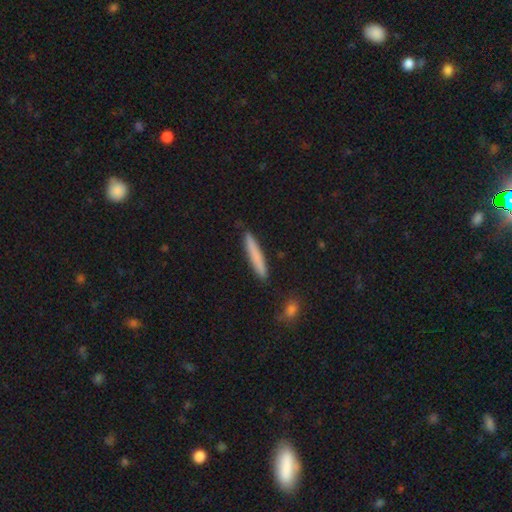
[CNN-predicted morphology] Smooth or featured? smooth (78%)
How rounded? cigar-shaped (95%)
Merging? none (89%)